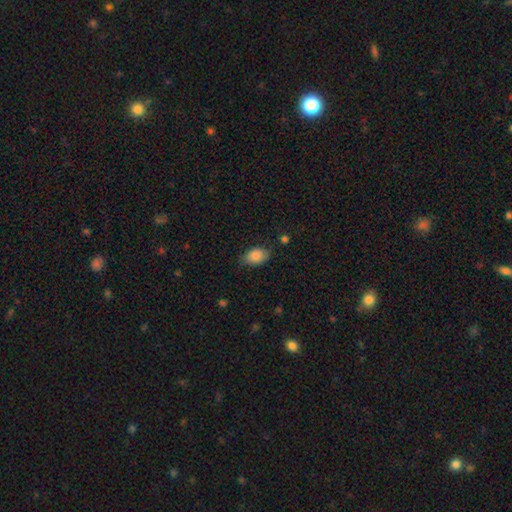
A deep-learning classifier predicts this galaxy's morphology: Smooth or featured: smooth — 86% (star or artifact — 7%)
How rounded: in between — 87% (round — 12%)
Merging: none — 74% (minor disturbance — 21%)